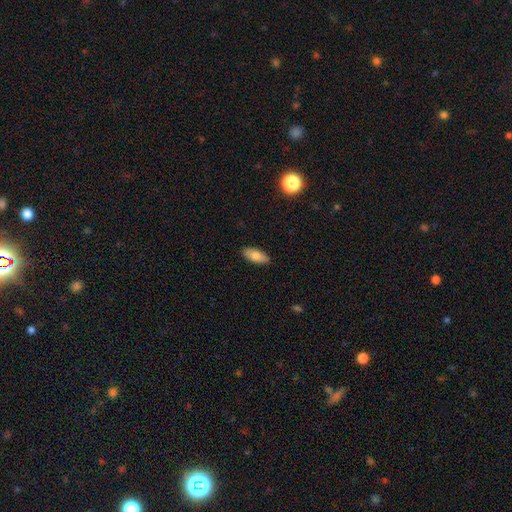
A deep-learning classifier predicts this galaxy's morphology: Smooth or featured? Predicted: smooth (p=0.77). How rounded? Predicted: in between (p=0.83). Merging? Predicted: none (p=0.89).